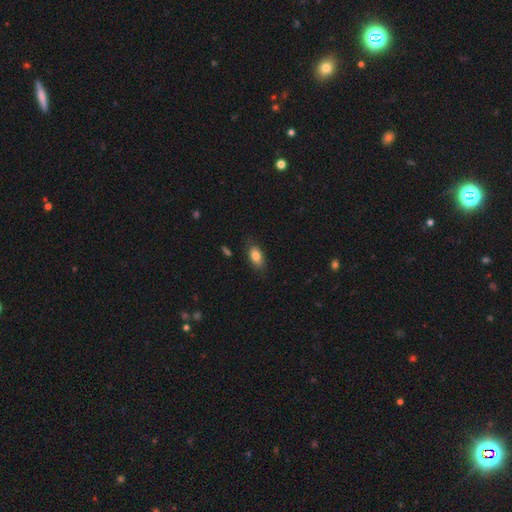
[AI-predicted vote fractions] smooth_or_featured: smooth (p=0.82) [alt: featured or disk p=0.10]
how_rounded: in between (p=0.89) [alt: cigar-shaped p=0.06]
merging: none (p=0.79) [alt: minor disturbance p=0.16]